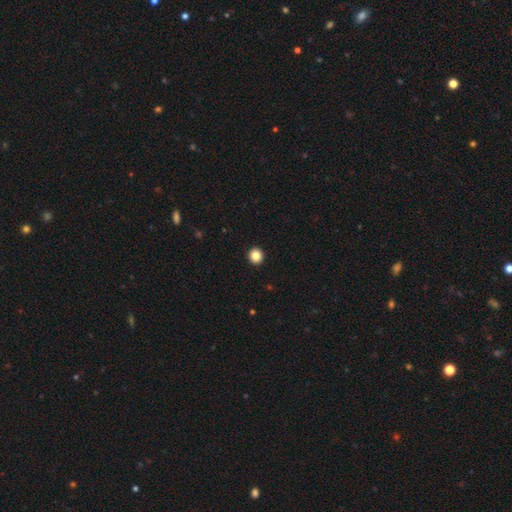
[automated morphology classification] A smooth galaxy with no disk features (86%) that is round (91%). Merging: none (94%).